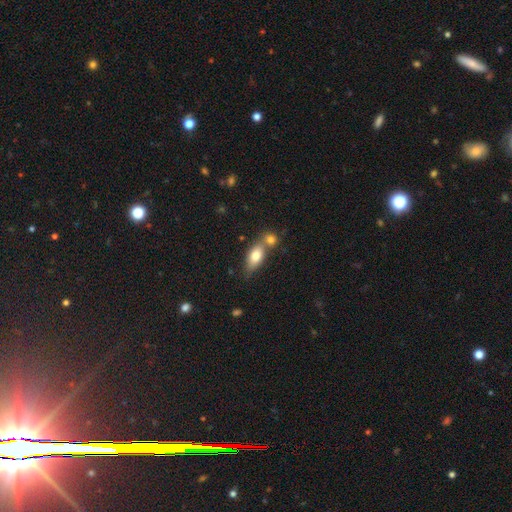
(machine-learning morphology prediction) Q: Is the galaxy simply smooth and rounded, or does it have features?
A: smooth — 76%.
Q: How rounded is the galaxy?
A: in between — 82%.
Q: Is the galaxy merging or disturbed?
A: none — 44%.